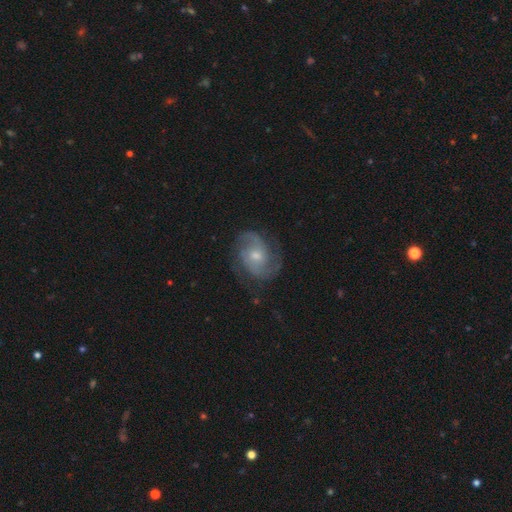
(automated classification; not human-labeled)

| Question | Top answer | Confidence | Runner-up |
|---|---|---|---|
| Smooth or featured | featured or disk | 84% | smooth (10%) |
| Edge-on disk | no | 98% | yes (2%) |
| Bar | no | 61% | weak (33%) |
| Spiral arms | yes | 96% | no (4%) |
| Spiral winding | medium | 49% | tight (36%) |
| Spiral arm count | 2 | 68% | 3 (12%) |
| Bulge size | moderate | 51% | small (44%) |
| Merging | none | 75% | minor disturbance (16%) |